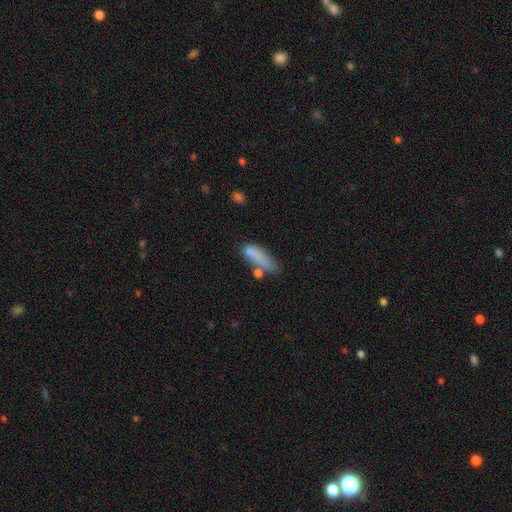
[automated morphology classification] This appears to be a smooth galaxy with no disk features (72%) that is cigar-shaped (68%). Merging: none (56%).